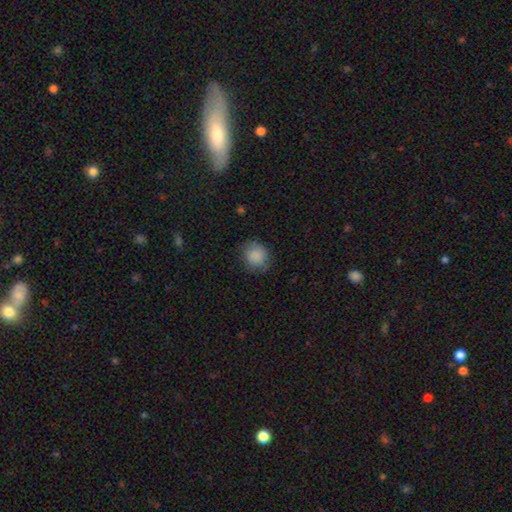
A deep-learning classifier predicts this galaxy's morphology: Smooth or featured?
  - smooth: 87% *
  - star or artifact: 8%
  - featured or disk: 5%
How rounded?
  - round: 76% *
  - in between: 23%
  - cigar-shaped: 1%
Merging?
  - none: 79% *
  - minor disturbance: 16%
  - major disturbance: 4%
  - merger: 1%